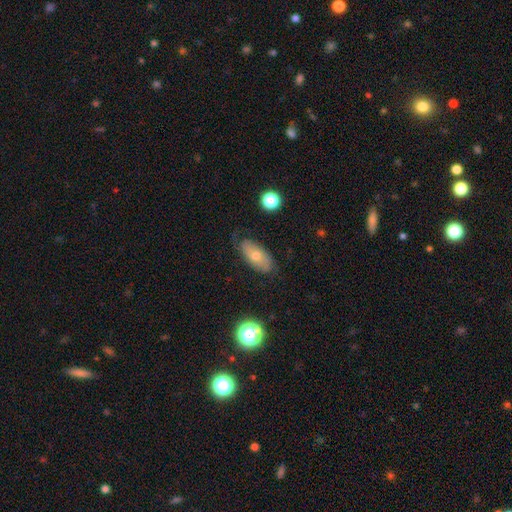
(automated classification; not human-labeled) Smooth or featured: smooth — 55% (featured or disk — 36%)
How rounded: in between — 86% (cigar-shaped — 9%)
Merging: none — 71% (minor disturbance — 22%)